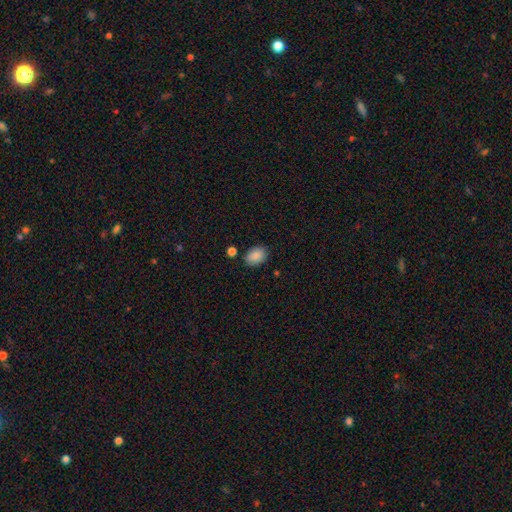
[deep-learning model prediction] The model was most divided on "how rounded": in between: 78%, round: 21%, cigar-shaped: 1%. More confident: smooth or featured — smooth (89%); merging — none (80%).